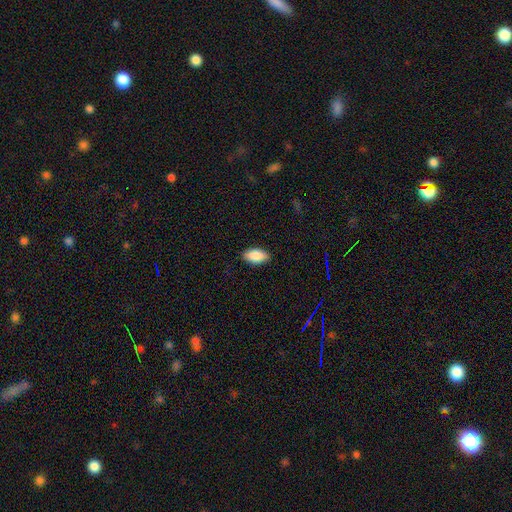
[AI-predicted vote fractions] This is clearly a smooth galaxy (88%). How rounded: clearly in between (94%). Merging: clearly none (87%).